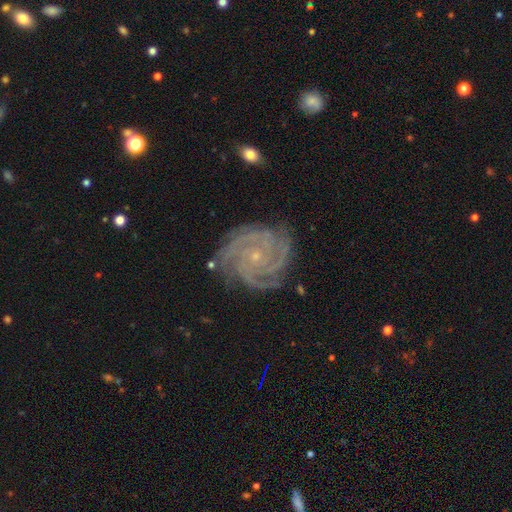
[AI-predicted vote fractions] Smooth or featured? featured or disk (88%)
Edge-on disk? no (98%)
Bar? no (77%)
Spiral arms? yes (99%)
Spiral winding? tight (77%)
Spiral arm count? 4 (34%)
Bulge size? small (83%)
Merging? none (81%)